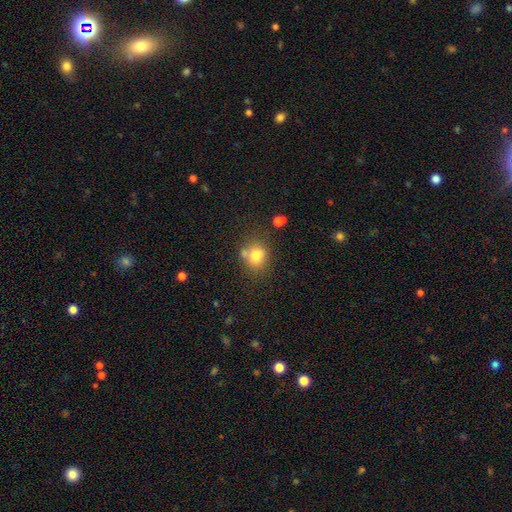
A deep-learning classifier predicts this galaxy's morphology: This is likely a smooth galaxy (77%). How rounded: likely round (70%). Merging: likely none (61%).